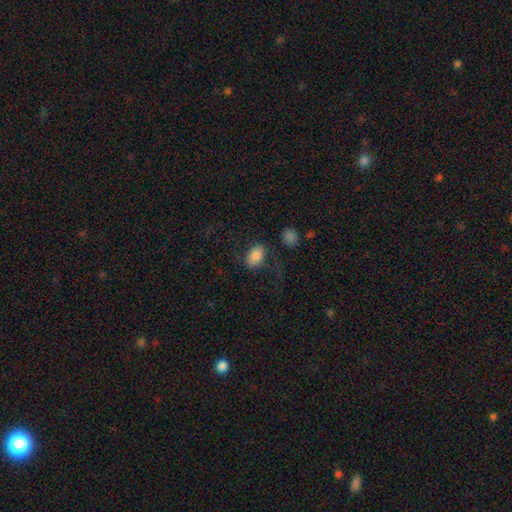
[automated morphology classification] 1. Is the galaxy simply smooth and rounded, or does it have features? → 81% smooth, 9% star or artifact, 9% featured or disk.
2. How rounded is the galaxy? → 85% in between, 14% round, 1% cigar-shaped.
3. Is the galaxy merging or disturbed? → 66% none, 17% minor disturbance, 13% major disturbance, 4% merger.